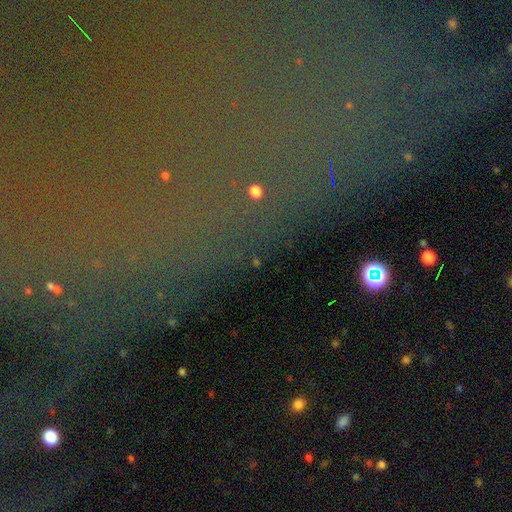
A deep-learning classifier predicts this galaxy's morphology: smooth-or-featured: star or artifact: 77% | smooth: 12% | featured or disk: 11%